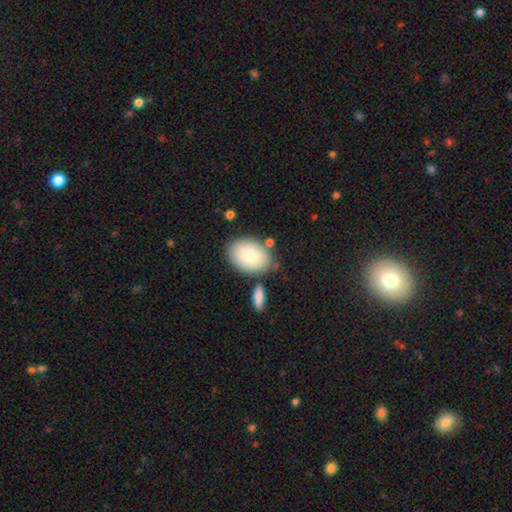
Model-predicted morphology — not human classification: This is clearly a smooth galaxy (84%). How rounded: clearly in between (84%). Merging: likely none (74%).